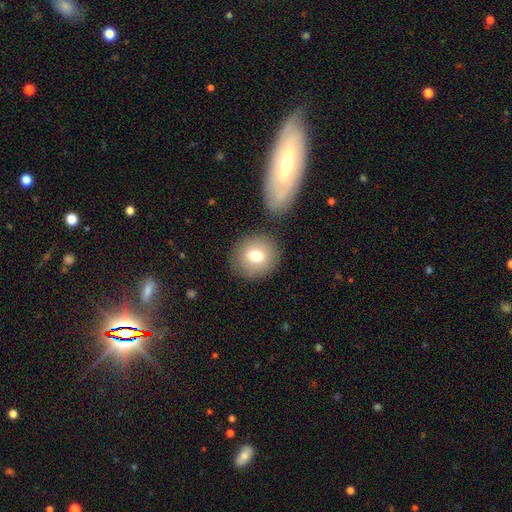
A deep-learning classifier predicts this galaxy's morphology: smooth_or_featured: smooth (p=0.74) [alt: featured or disk p=0.17]
how_rounded: round (p=0.84) [alt: in between p=0.15]
merging: none (p=0.81) [alt: minor disturbance p=0.10]